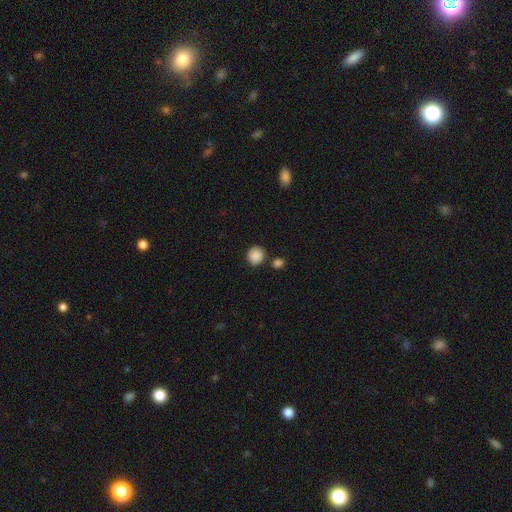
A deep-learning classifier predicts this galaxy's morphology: A smooth galaxy with no disk features (88%) that is round (86%).

Vote fractions:
- Smooth or featured? smooth: 88% / star or artifact: 9% / featured or disk: 3%
- How rounded? round: 86% / in between: 13% / cigar-shaped: 1%
- Merging? none: 79% / minor disturbance: 10% / merger: 8% / major disturbance: 3%